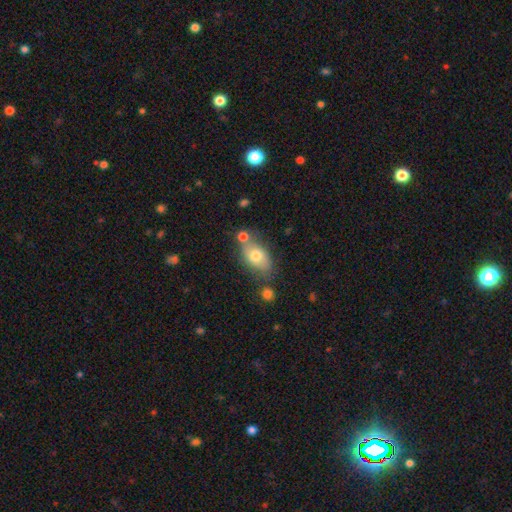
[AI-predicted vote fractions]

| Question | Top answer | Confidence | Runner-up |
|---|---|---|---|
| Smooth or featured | smooth | 71% | featured or disk (20%) |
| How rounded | in between | 86% | round (11%) |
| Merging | none | 57% | minor disturbance (19%) |